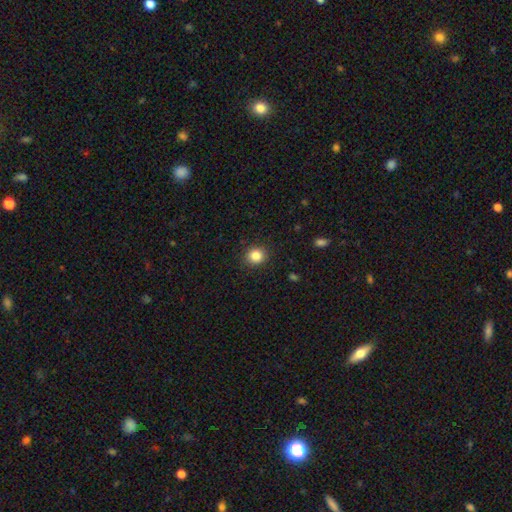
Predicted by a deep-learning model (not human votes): A smooth galaxy with no disk features (85%) that is round (88%). Merging: none (91%).